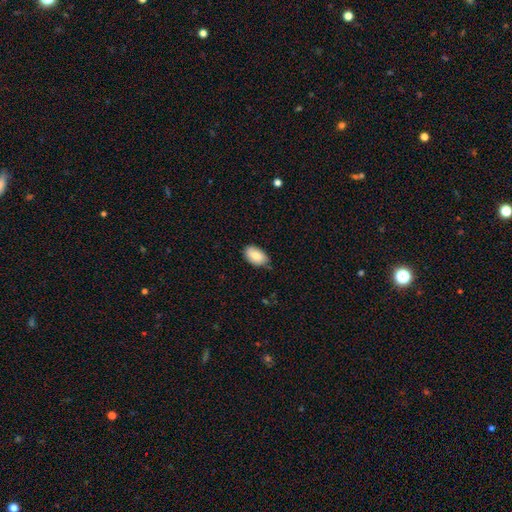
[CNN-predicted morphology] Q: Smooth or featured?
A: smooth (84%); runner-up: featured or disk (9%)
Q: How rounded?
A: in between (93%); runner-up: round (6%)
Q: Merging?
A: none (75%); runner-up: minor disturbance (21%)